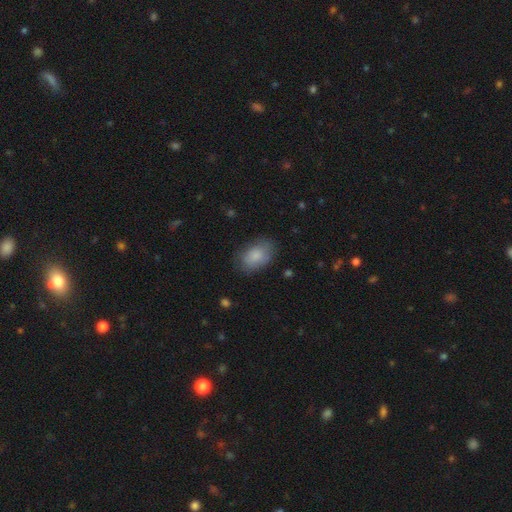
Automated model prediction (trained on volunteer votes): This appears to be a smooth galaxy with no disk features (84%) that is in between round and cigar-shaped (88%). Merging: none (74%).